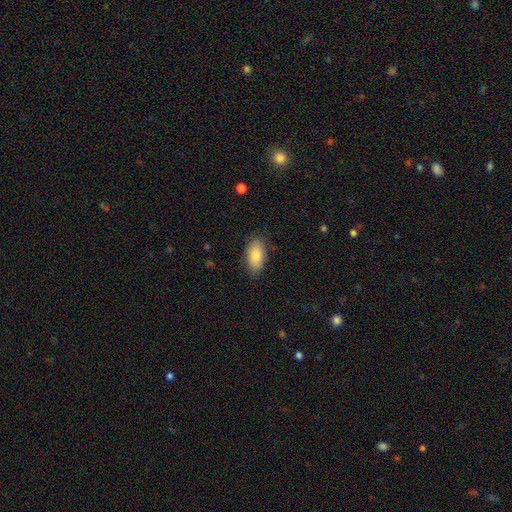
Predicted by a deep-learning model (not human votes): smooth-or-featured: smooth: 84% | featured or disk: 10% | star or artifact: 6%
  how-rounded: in between: 93% | cigar-shaped: 4% | round: 3%
  merging: none: 84% | minor disturbance: 13% | major disturbance: 3% | merger: 1%